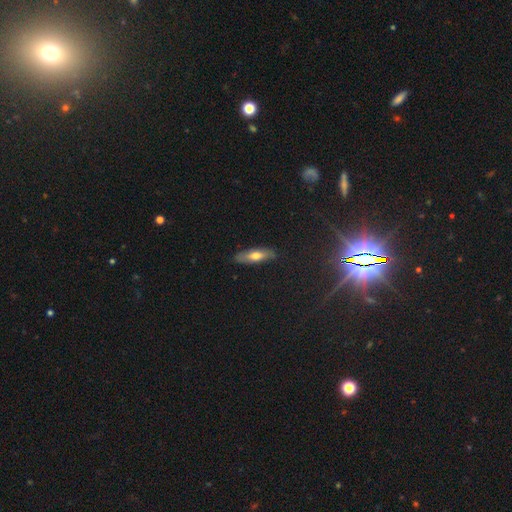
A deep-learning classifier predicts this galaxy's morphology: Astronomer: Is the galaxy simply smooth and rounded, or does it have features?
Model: smooth — 58% (runner-up: featured or disk, 35%).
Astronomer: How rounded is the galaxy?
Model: cigar-shaped — 58% (runner-up: in between, 40%).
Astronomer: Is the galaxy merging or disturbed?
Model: none — 84%.